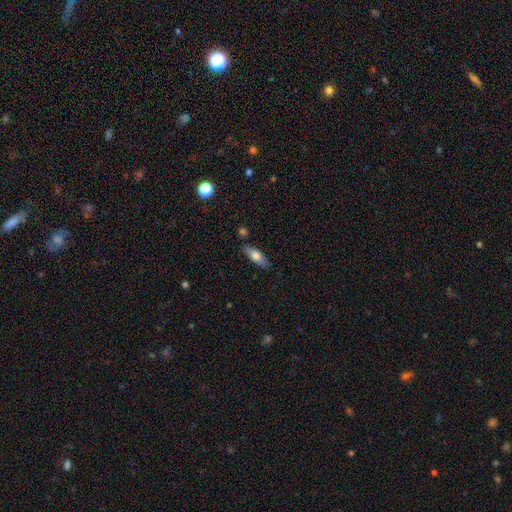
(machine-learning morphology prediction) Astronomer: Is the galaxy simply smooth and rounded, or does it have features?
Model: smooth — 71%.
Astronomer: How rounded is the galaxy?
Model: in between — 63%.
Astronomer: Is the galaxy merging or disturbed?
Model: none — 82%.